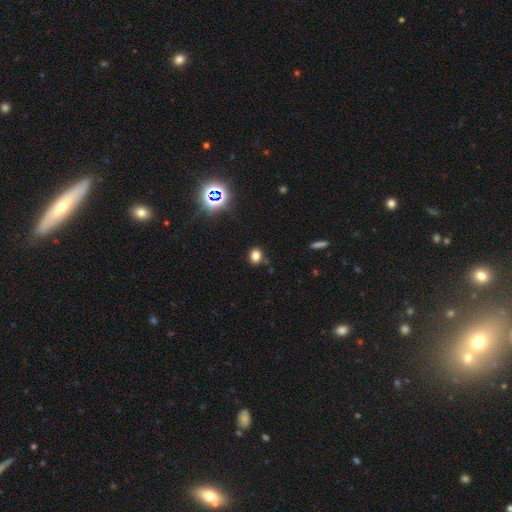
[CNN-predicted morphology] Smooth or featured? Predicted: smooth (p=0.77). How rounded? Predicted: round (p=0.52). Merging? Predicted: none (p=0.81).